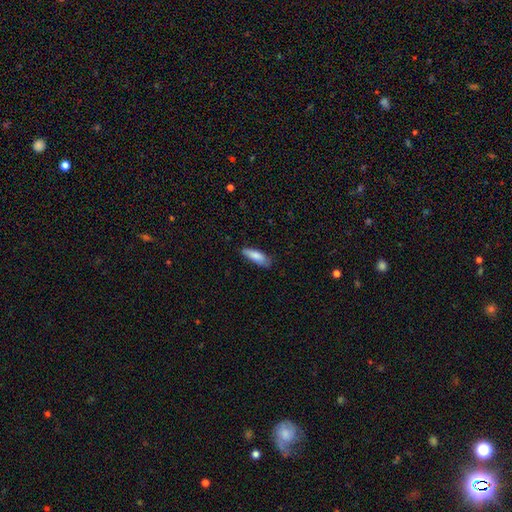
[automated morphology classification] Smooth or featured?
  - smooth: 83% *
  - featured or disk: 11%
  - star or artifact: 6%
How rounded?
  - in between: 58% *
  - cigar-shaped: 40%
  - round: 2%
Merging?
  - none: 66% *
  - minor disturbance: 27%
  - major disturbance: 5%
  - merger: 2%